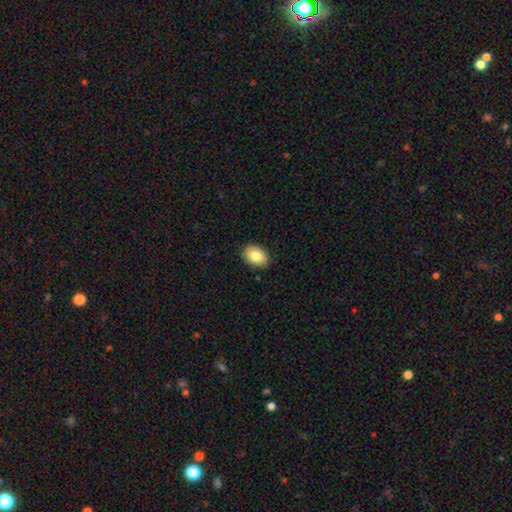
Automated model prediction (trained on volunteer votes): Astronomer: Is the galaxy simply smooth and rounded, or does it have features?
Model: smooth — 83%.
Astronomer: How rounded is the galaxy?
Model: in between — 79%.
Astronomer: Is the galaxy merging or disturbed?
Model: none — 88%.